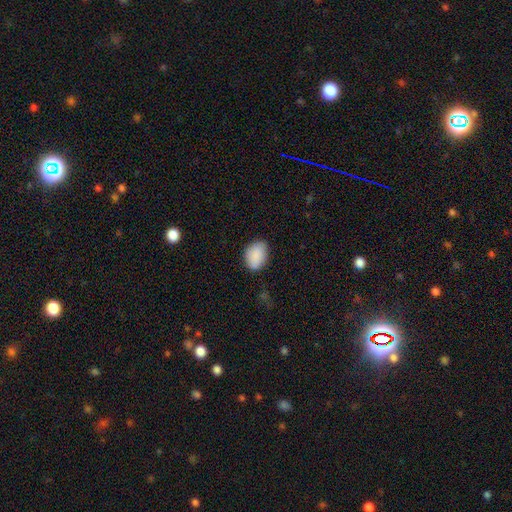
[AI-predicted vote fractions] smooth_or_featured: smooth (p=0.89) [alt: star or artifact p=0.07]
how_rounded: in between (p=0.79) [alt: round p=0.20]
merging: none (p=0.80) [alt: minor disturbance p=0.15]